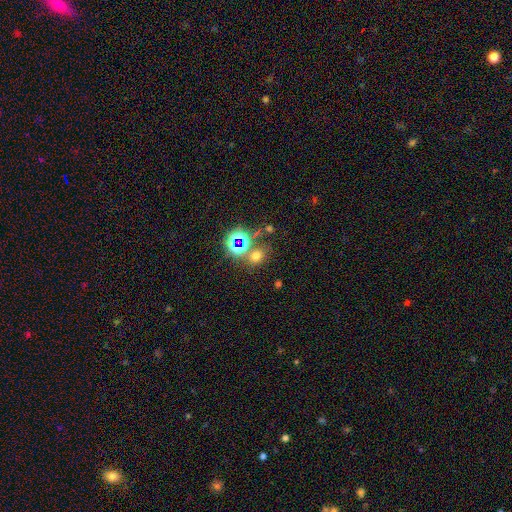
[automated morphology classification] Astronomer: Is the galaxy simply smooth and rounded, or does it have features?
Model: smooth — 53% (runner-up: star or artifact, 38%).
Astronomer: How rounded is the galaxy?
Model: round — 65%.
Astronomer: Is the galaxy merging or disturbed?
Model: none — 70%.